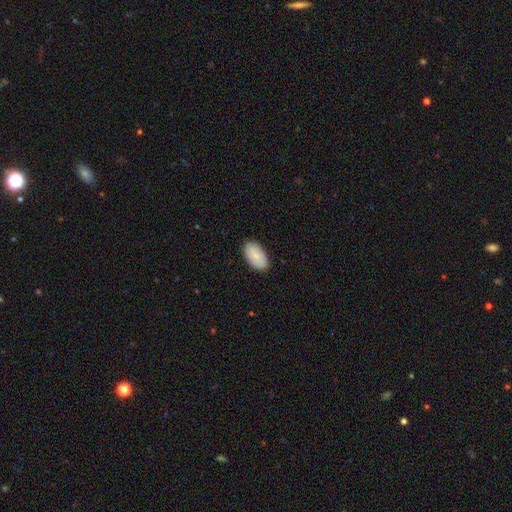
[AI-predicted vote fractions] Morphology: type=smooth (84%); roundness=in between (95%); merging=none (87%).